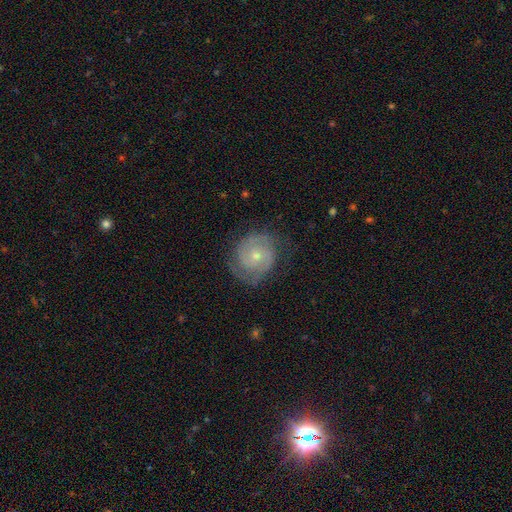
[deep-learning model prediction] Q: Smooth or featured?
A: featured or disk (79%); runner-up: smooth (15%)
Q: Edge-on disk?
A: no (98%); runner-up: yes (2%)
Q: Bar?
A: no (71%); runner-up: weak (25%)
Q: Spiral arms?
A: yes (94%); runner-up: no (6%)
Q: Spiral winding?
A: tight (57%); runner-up: medium (34%)
Q: Spiral arm count?
A: 2 (66%); runner-up: can't tell (15%)
Q: Bulge size?
A: small (64%); runner-up: moderate (32%)
Q: Merging?
A: none (73%); runner-up: minor disturbance (18%)